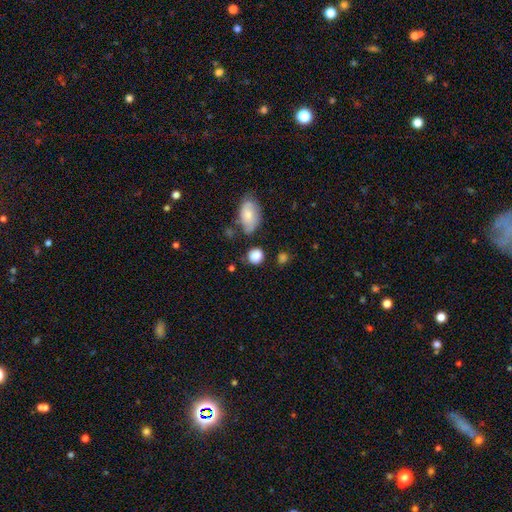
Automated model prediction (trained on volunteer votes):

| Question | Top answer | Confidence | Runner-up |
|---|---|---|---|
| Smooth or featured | smooth | 86% | star or artifact (9%) |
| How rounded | round | 81% | in between (17%) |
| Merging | none | 72% | minor disturbance (16%) |